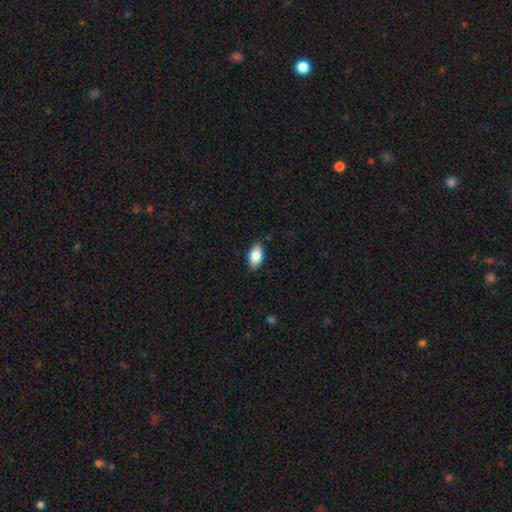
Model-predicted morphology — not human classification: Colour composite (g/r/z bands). It shows a smooth galaxy with no disk features (84%) that is in between round and cigar-shaped (92%). Merging: none (86%).